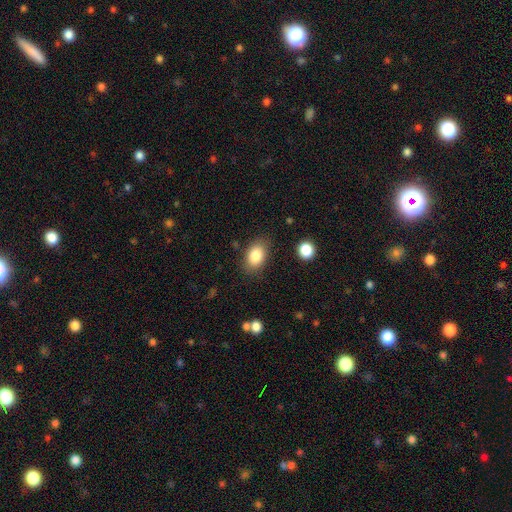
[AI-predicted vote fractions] smooth_or_featured: smooth (p=0.85) [alt: star or artifact p=0.08]
how_rounded: in between (p=0.86) [alt: round p=0.13]
merging: none (p=0.82) [alt: minor disturbance p=0.13]